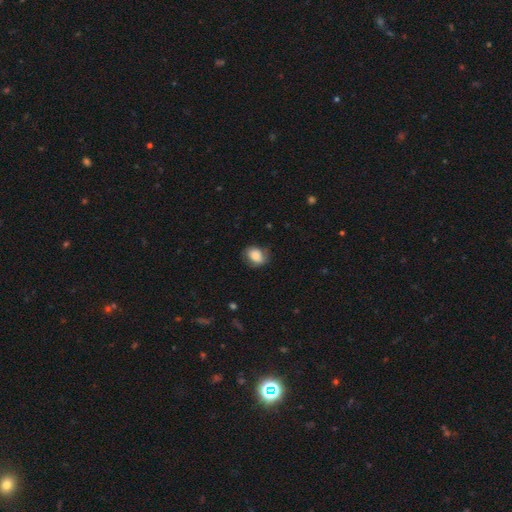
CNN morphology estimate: type=smooth (78%); roundness=in between (60%); merging=none (69%).